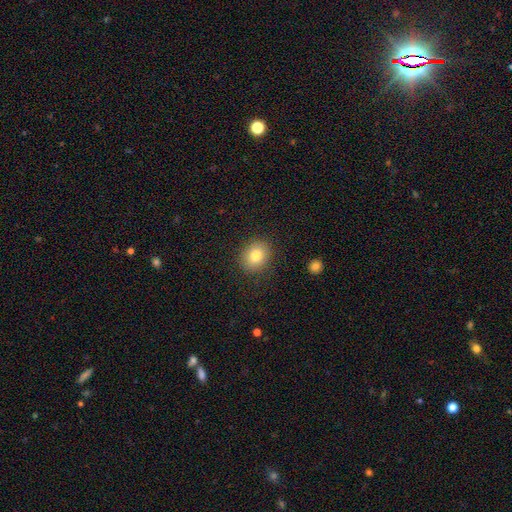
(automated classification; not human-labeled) This is clearly a smooth galaxy (81%). How rounded: likely round (61%). Merging: clearly none (88%).